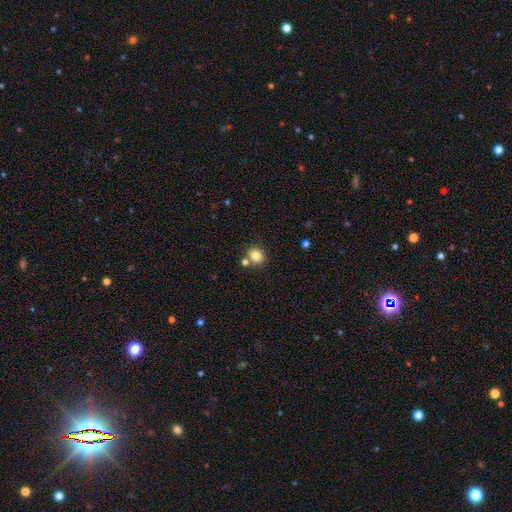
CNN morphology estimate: This is clearly a smooth galaxy (82%). How rounded: likely round (80%). Merging: likely none (74%).